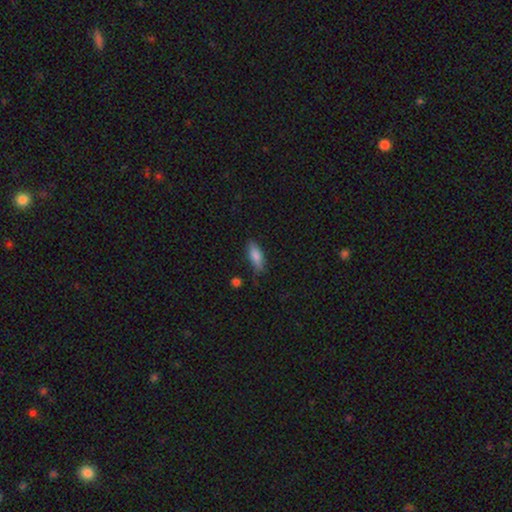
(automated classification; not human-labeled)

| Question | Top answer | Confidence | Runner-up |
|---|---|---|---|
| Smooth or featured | smooth | 83% | featured or disk (10%) |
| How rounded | in between | 75% | cigar-shaped (22%) |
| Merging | none | 72% | minor disturbance (21%) |